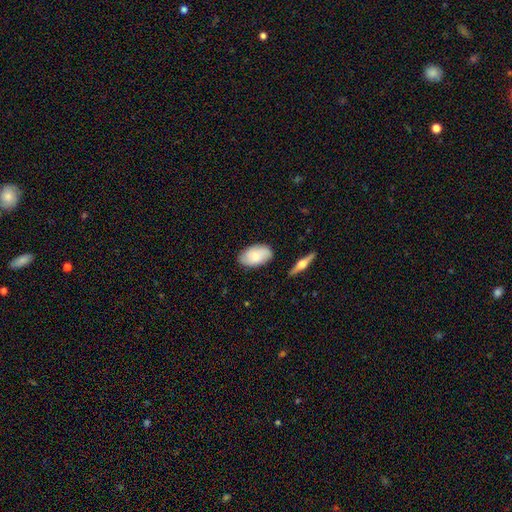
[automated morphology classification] Smooth or featured?
  - smooth: 72% *
  - featured or disk: 21%
  - star or artifact: 6%
How rounded?
  - in between: 94% *
  - round: 4%
  - cigar-shaped: 2%
Merging?
  - none: 80% *
  - minor disturbance: 15%
  - merger: 3%
  - major disturbance: 2%